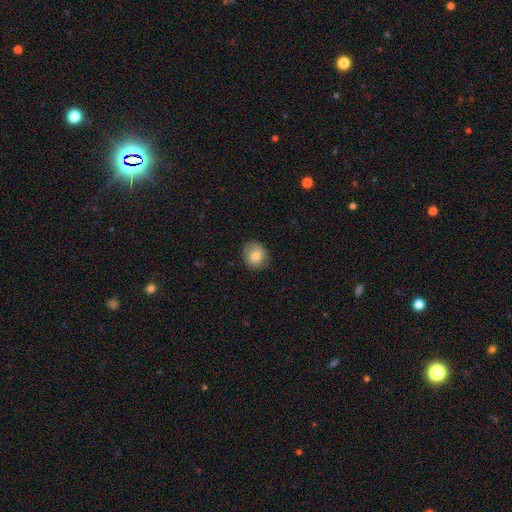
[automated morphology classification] Smooth or featured? Predicted: smooth (p=0.80). How rounded? Predicted: round (p=0.78). Merging? Predicted: none (p=0.82).